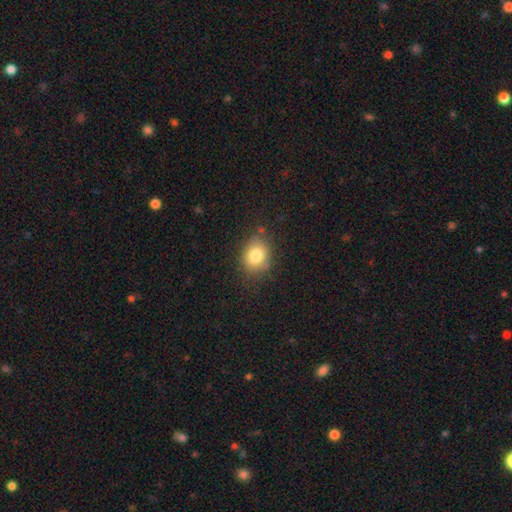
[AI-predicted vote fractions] Q: Smooth or featured?
A: smooth (81%); runner-up: star or artifact (10%)
Q: How rounded?
A: round (56%); runner-up: in between (43%)
Q: Merging?
A: none (77%); runner-up: minor disturbance (16%)